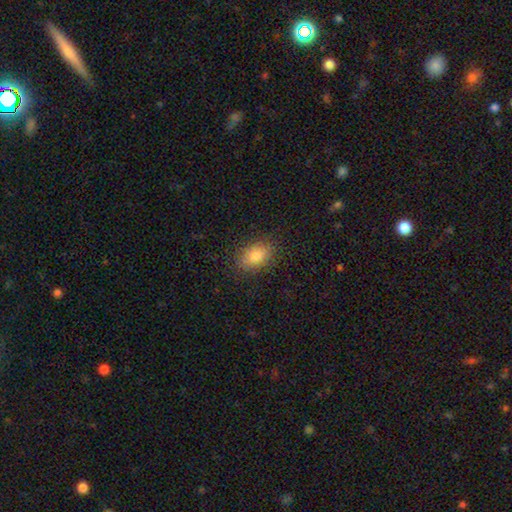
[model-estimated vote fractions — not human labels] A smooth galaxy with no disk features (85%) that is in between round and cigar-shaped (85%).

Vote fractions:
- Smooth or featured? smooth: 85% / star or artifact: 8% / featured or disk: 7%
- How rounded? in between: 85% / round: 13% / cigar-shaped: 2%
- Merging? none: 85% / minor disturbance: 11% / major disturbance: 3% / merger: 1%